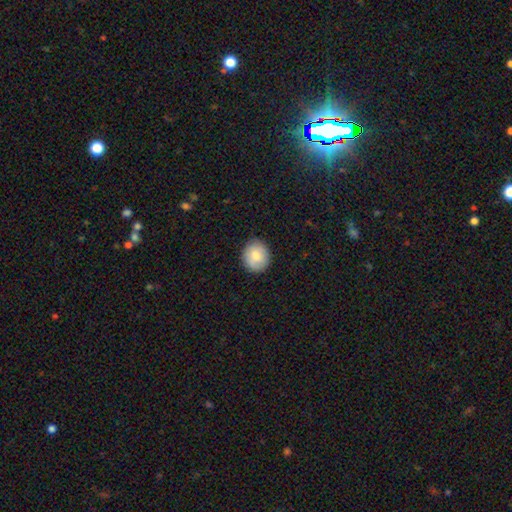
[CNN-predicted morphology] This is likely a smooth galaxy (75%). How rounded: likely round (78%). Merging: clearly none (86%).